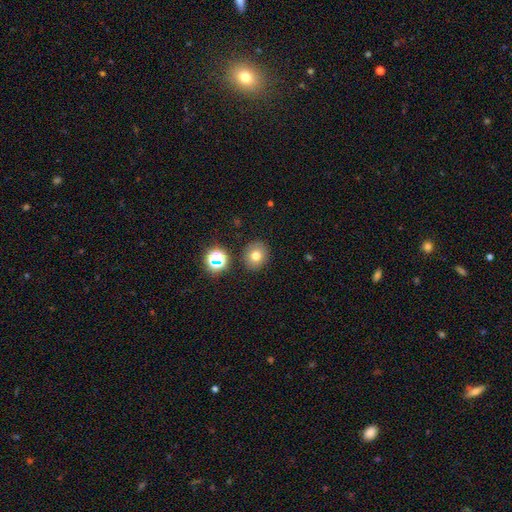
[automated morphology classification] A smooth galaxy with no disk features (74%) that is round (78%). Merging: none (86%).